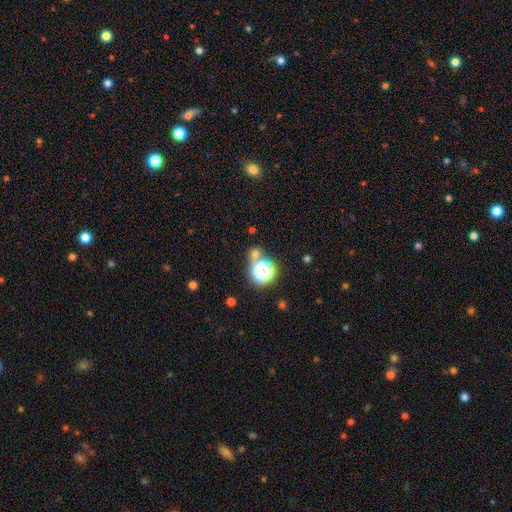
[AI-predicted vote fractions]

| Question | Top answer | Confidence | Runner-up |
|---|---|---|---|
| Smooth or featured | smooth | 50% | star or artifact (42%) |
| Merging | none | 66% | merger (21%) |